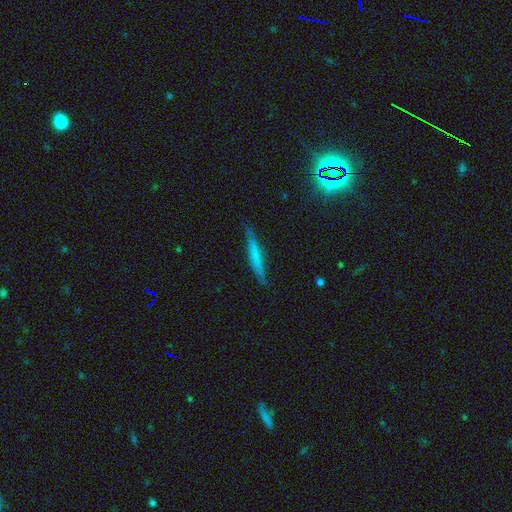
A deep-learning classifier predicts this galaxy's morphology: Smooth or featured: smooth — 52% (featured or disk — 40%)
How rounded: cigar-shaped — 94% (in between — 4%)
Merging: none — 85% (minor disturbance — 12%)